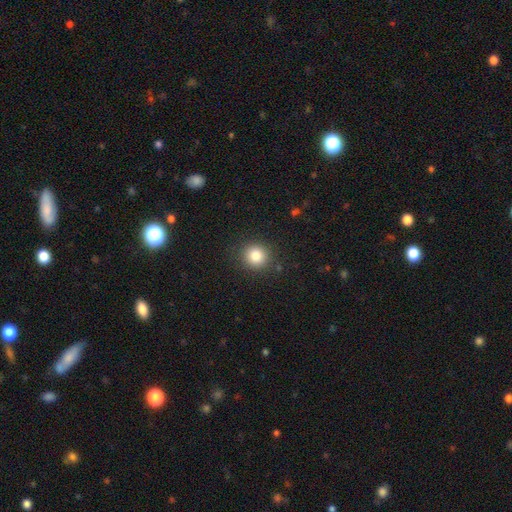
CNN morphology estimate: A smooth galaxy with no disk features (84%) that is round (91%).

Vote fractions:
- Smooth or featured? smooth: 84% / star or artifact: 11% / featured or disk: 5%
- How rounded? round: 91% / in between: 8% / cigar-shaped: 1%
- Merging? none: 89% / minor disturbance: 7% / major disturbance: 3% / merger: 1%